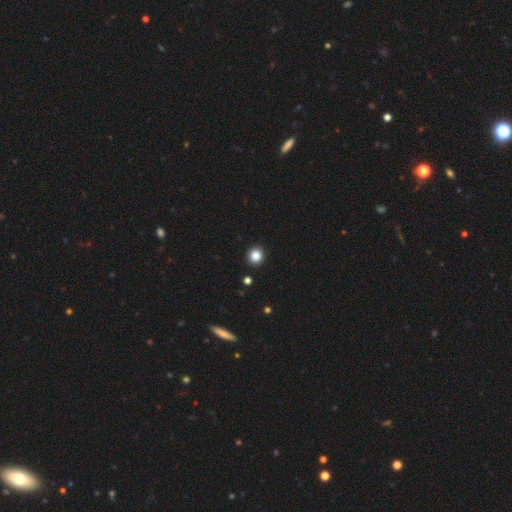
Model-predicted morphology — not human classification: Q: Smooth or featured?
A: smooth (85%); runner-up: star or artifact (11%)
Q: How rounded?
A: round (89%); runner-up: in between (10%)
Q: Merging?
A: none (93%); runner-up: minor disturbance (5%)